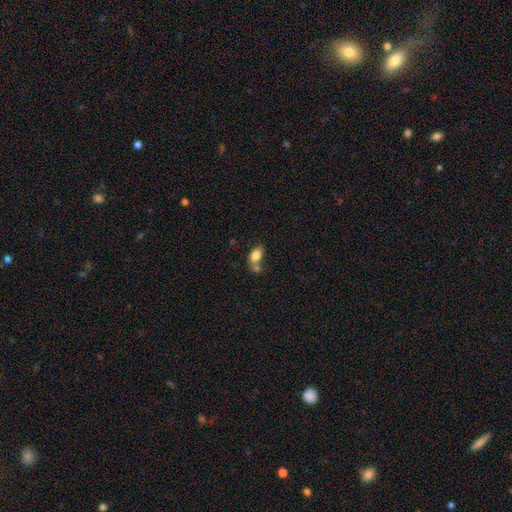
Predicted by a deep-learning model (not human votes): Q: Smooth or featured?
A: smooth (80%); runner-up: featured or disk (11%)
Q: How rounded?
A: in between (83%); runner-up: round (15%)
Q: Merging?
A: none (41%); runner-up: merger (40%)